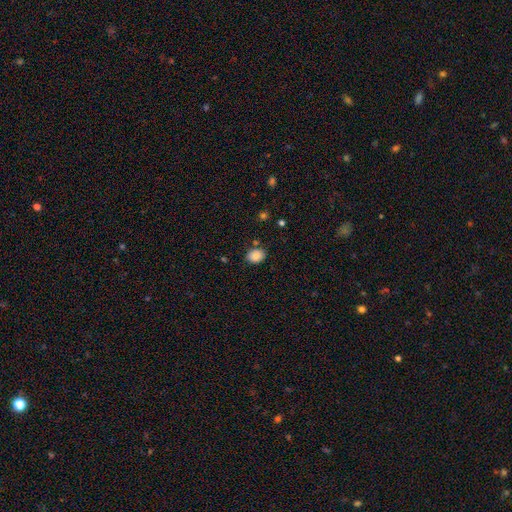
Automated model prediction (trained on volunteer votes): Smooth or featured? smooth (86%)
How rounded? in between (59%)
Merging? none (79%)